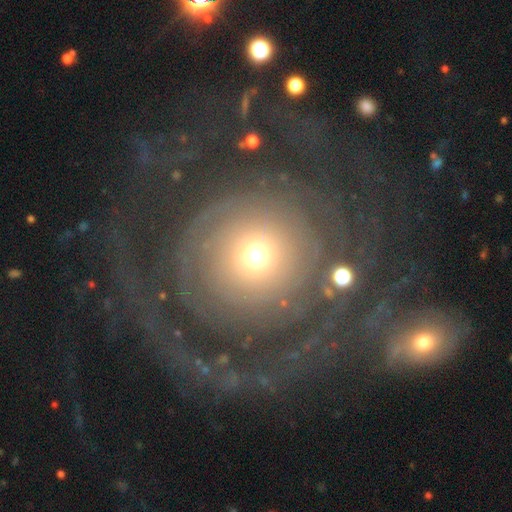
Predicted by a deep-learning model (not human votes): Smooth or featured?
  - featured or disk: 68% *
  - smooth: 21%
  - star or artifact: 10%
Edge-on disk?
  - no: 97% *
  - yes: 3%
Bar?
  - no: 83% *
  - weak: 13%
  - strong: 5%
Spiral arms?
  - yes: 80% *
  - no: 20%
Spiral winding?
  - tight: 60% *
  - medium: 24%
  - loose: 17%
Spiral arm count?
  - can't tell: 32% *
  - 2: 27%
  - 3: 12%
  - 1: 11%
  - 4: 9%
  - more than 4: 9%
Bulge size?
  - moderate: 45% *
  - small: 43%
  - large: 8%
  - dominant: 3%
  - none: 2%
Merging?
  - none: 63% *
  - major disturbance: 21%
  - minor disturbance: 12%
  - merger: 3%